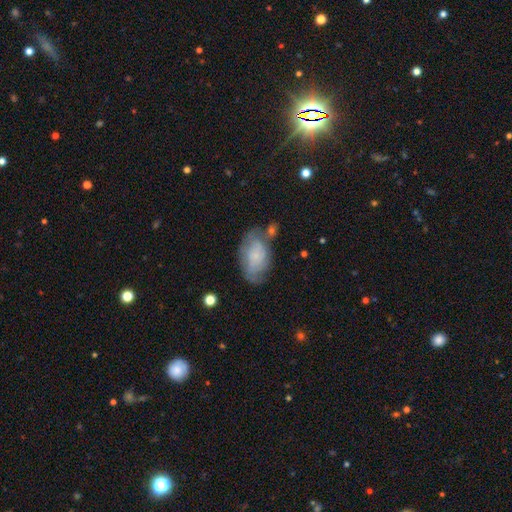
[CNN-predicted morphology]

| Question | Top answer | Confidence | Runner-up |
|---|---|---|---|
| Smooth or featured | smooth | 56% | featured or disk (36%) |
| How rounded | in between | 92% | round (6%) |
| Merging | none | 52% | minor disturbance (28%) |